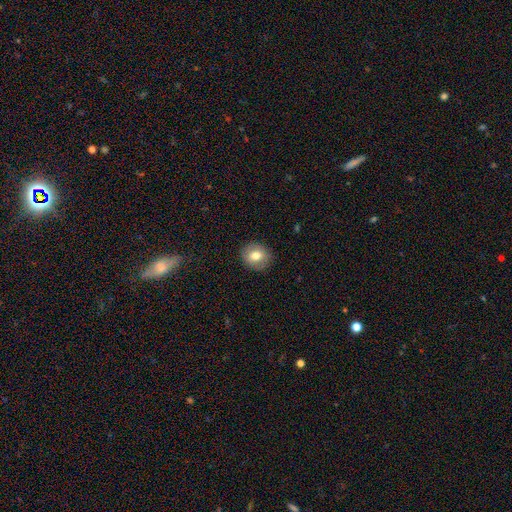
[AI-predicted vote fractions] A smooth galaxy with no disk features (74%) that is round (79%).

Vote fractions:
- Smooth or featured? smooth: 74% / featured or disk: 18% / star or artifact: 8%
- How rounded? round: 79% / in between: 20% / cigar-shaped: 1%
- Merging? none: 89% / minor disturbance: 8% / major disturbance: 2% / merger: 1%